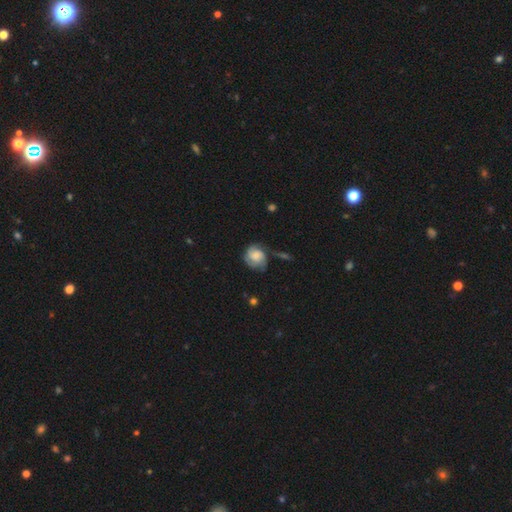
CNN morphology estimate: The model was most divided on "bulge size": moderate: 35%, small: 25%, large: 22%, none: 14%, dominant: 4%. Remaining: edge-on disk — no (98%); spiral arms — yes (90%); bar — no (70%); smooth or featured — featured or disk (57%); merging — none (56%); spiral winding — tight (51%); spiral arm count — 2 (43%).